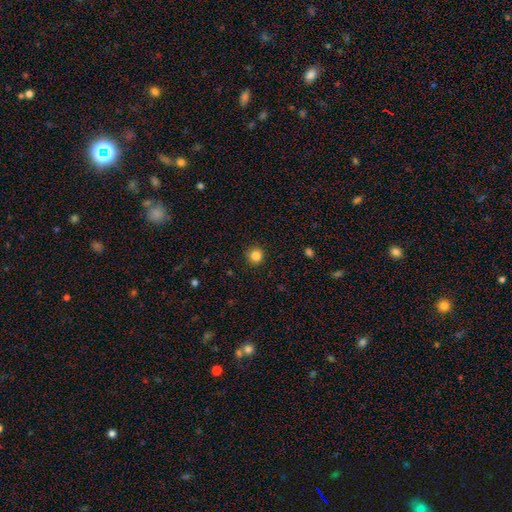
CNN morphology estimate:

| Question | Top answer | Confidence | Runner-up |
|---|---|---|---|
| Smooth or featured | smooth | 85% | star or artifact (11%) |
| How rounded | round | 94% | in between (5%) |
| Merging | none | 91% | minor disturbance (6%) |